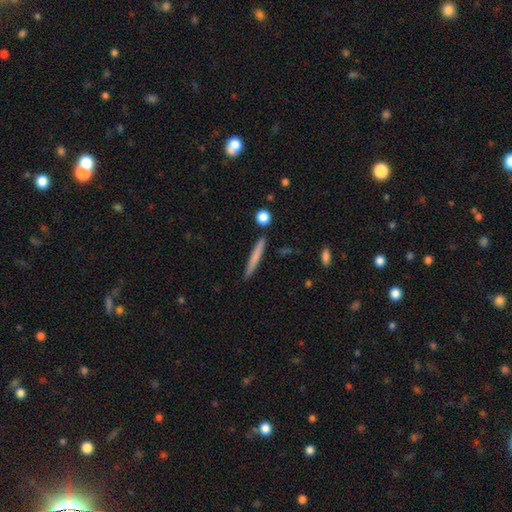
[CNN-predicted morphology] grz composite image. It shows a smooth galaxy with no disk features (68%) that is cigar-shaped (96%). Merging: none (87%).